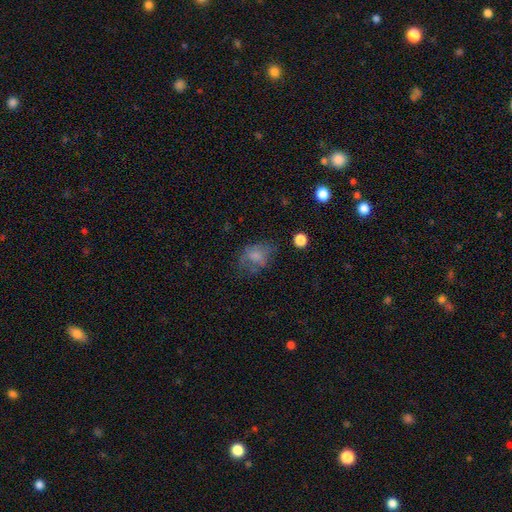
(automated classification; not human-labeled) A smooth galaxy with no disk features (61%) that is in between round and cigar-shaped (72%). Merging: none (39%).